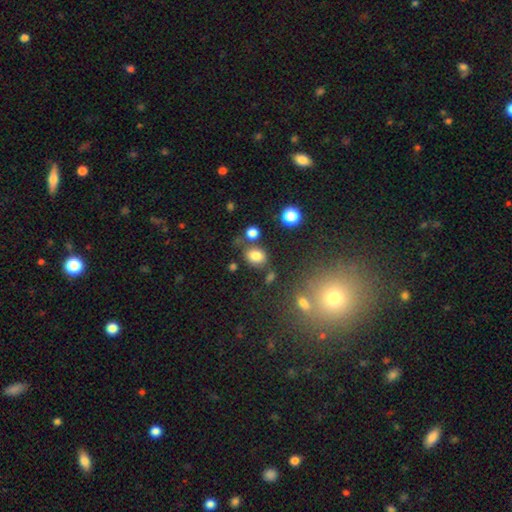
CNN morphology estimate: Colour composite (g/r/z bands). It shows a smooth galaxy with no disk features (80%) that is in between round and cigar-shaped (54%). Merging: none (71%).